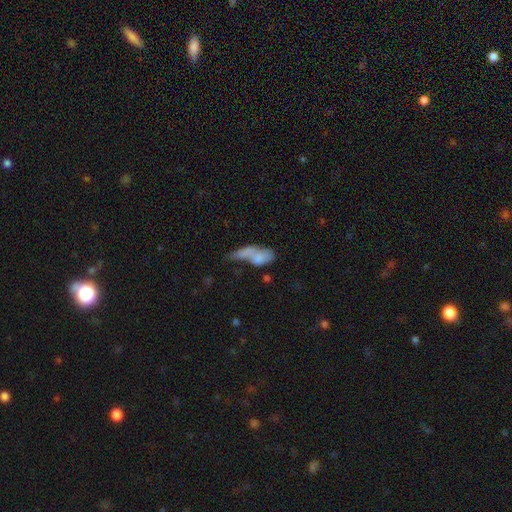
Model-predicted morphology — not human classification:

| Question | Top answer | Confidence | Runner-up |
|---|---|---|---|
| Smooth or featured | smooth | 65% | featured or disk (24%) |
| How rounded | in between | 72% | cigar-shaped (19%) |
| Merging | merger | 47% | none (21%) |